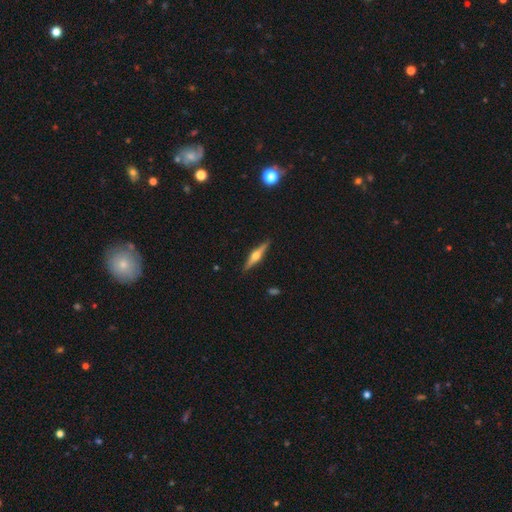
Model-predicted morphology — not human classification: type=featured or disk (72%); edge-on=yes (97%); edge-on bulge=rounded (94%); merging=none (90%).